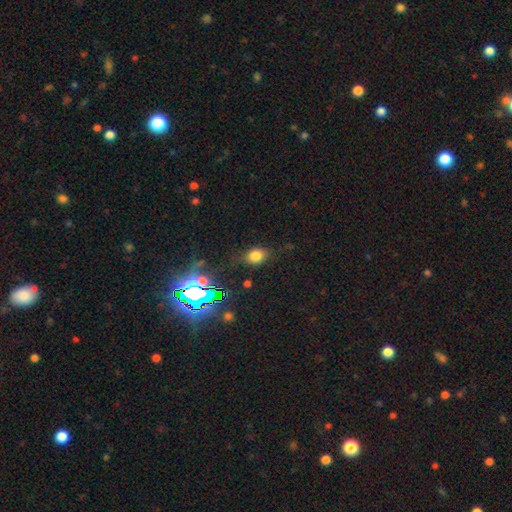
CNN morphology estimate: The model was most divided on "how rounded": in between: 55%, round: 43%, cigar-shaped: 2%. More confident: merging — none (75%); smooth or featured — smooth (71%).